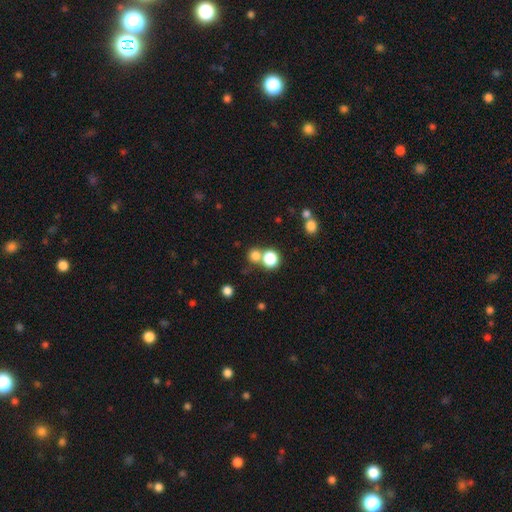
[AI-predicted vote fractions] Smooth or featured? Predicted: smooth (p=0.76). How rounded? Predicted: round (p=0.89). Merging? Predicted: none (p=0.59).